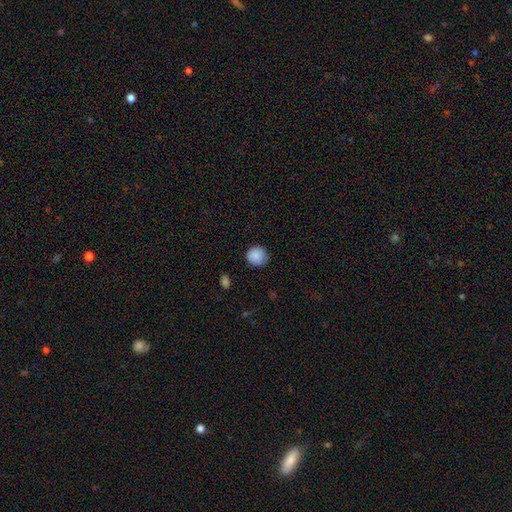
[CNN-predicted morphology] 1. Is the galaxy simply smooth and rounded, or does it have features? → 87% smooth, 8% star or artifact, 5% featured or disk.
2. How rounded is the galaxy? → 89% round, 10% in between, 1% cigar-shaped.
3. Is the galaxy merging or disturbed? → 81% none, 15% minor disturbance, 3% major disturbance, 1% merger.